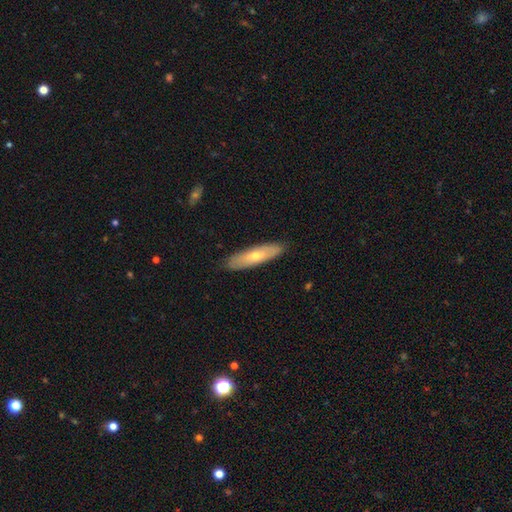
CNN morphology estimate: This appears to be a smooth galaxy with no disk features (55%) that is cigar-shaped (69%). Merging: none (87%).